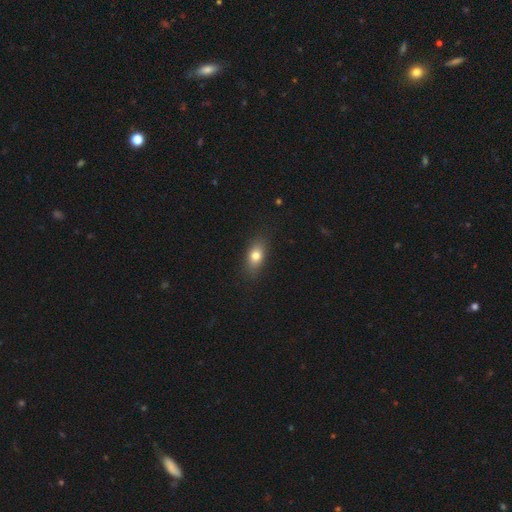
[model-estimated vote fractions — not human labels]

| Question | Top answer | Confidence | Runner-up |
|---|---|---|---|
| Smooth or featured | smooth | 77% | featured or disk (13%) |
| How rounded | in between | 80% | round (12%) |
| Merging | none | 85% | minor disturbance (11%) |